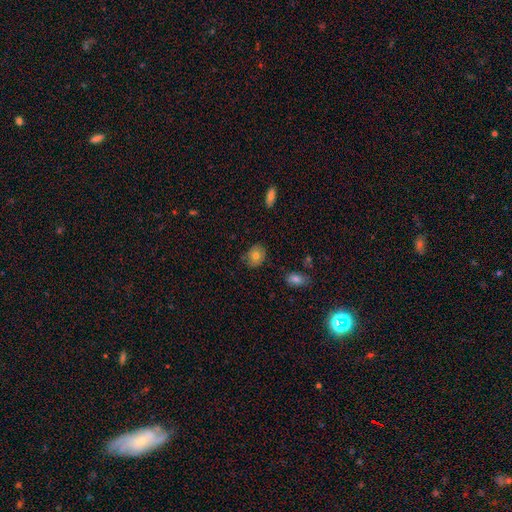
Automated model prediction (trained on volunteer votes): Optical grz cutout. It shows a smooth galaxy with no disk features (73%) that is round (50%). Merging: none (76%).